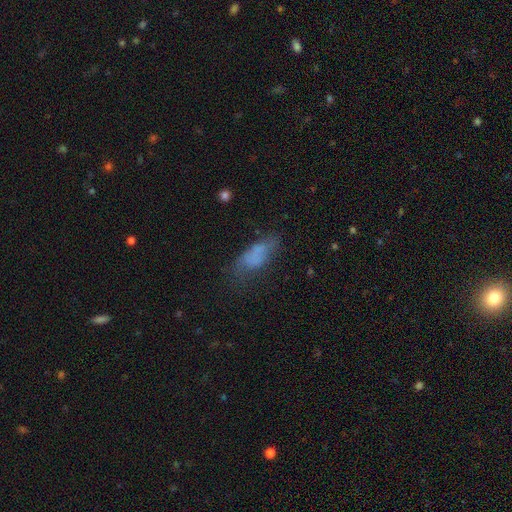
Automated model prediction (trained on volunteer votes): This is likely a smooth galaxy (64%). How rounded: likely in between (75%). Merging: marginally none (42%).